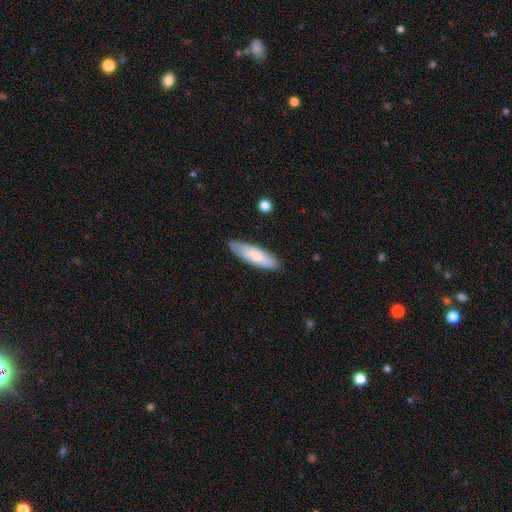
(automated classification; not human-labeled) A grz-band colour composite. It shows a smooth galaxy with no disk features (77%) that is cigar-shaped (55%). Merging: none (83%).